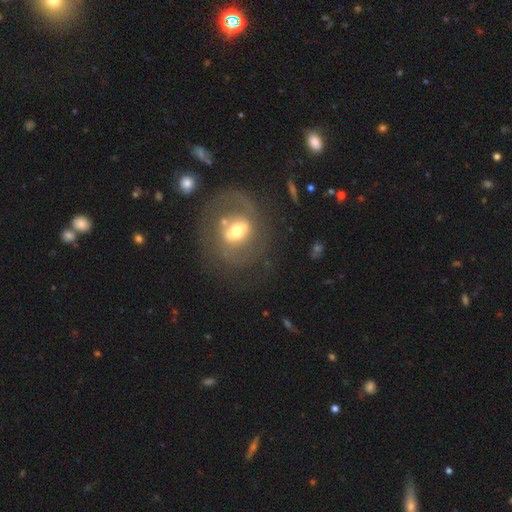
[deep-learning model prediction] smooth_or_featured: featured or disk (p=0.66) [alt: smooth p=0.22]
disk_edge_on: no (p=0.95) [alt: yes p=0.05]
bar: weak (p=0.46) [alt: no p=0.33]
has_spiral_arms: yes (p=0.72) [alt: no p=0.28]
bulge_size: moderate (p=0.65) [alt: small p=0.18]
merging: none (p=0.69) [alt: minor disturbance p=0.15]